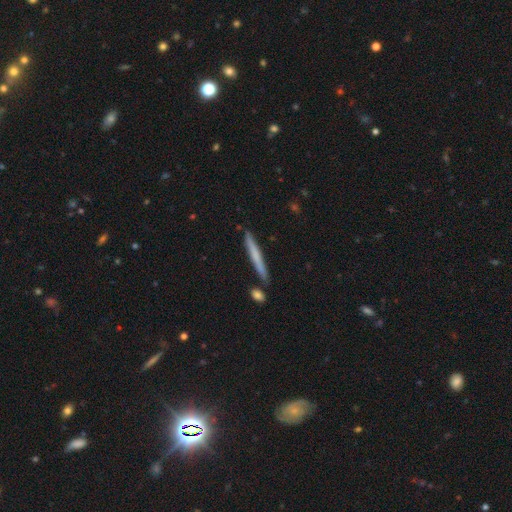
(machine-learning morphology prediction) Smooth or featured? smooth (58%)
How rounded? cigar-shaped (97%)
Merging? none (85%)